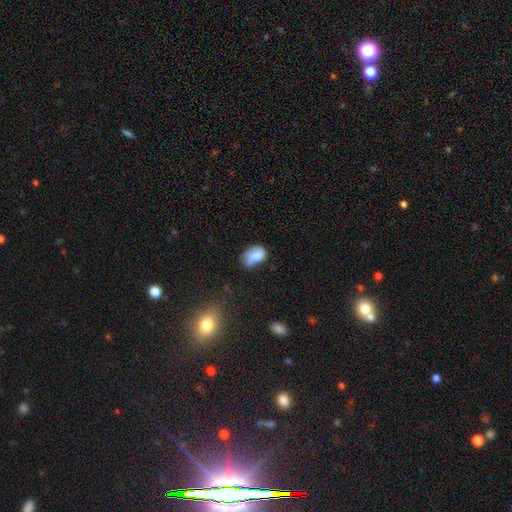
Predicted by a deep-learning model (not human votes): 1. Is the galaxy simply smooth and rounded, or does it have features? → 63% smooth, 28% featured or disk, 9% star or artifact.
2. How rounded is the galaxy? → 78% in between, 20% round, 2% cigar-shaped.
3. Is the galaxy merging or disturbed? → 39% none, 35% minor disturbance, 18% major disturbance, 9% merger.